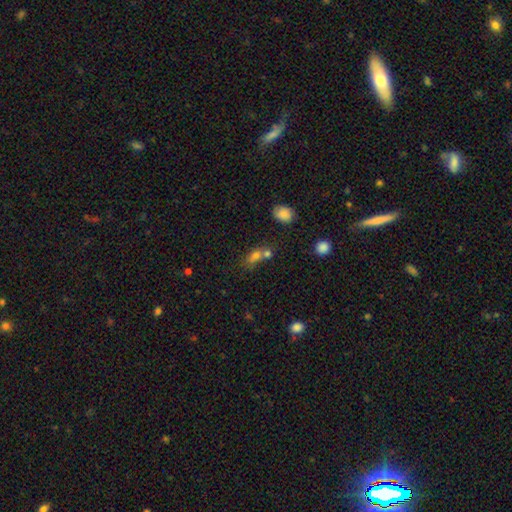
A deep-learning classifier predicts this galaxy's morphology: Smooth or featured? smooth (70%)
How rounded? in between (60%)
Merging? merger (47%)